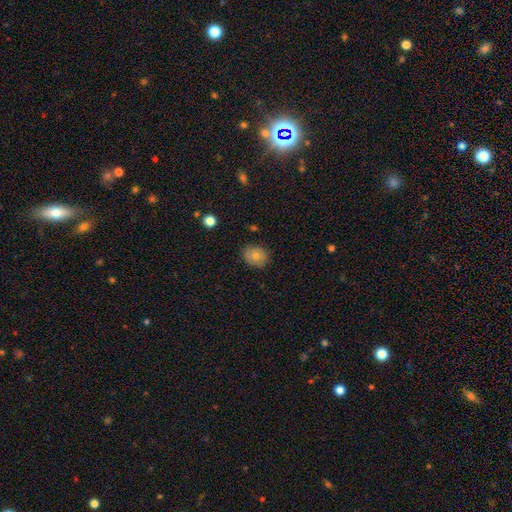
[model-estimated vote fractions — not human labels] Morphology: type=smooth (72%); roundness=round (62%); merging=none (81%).